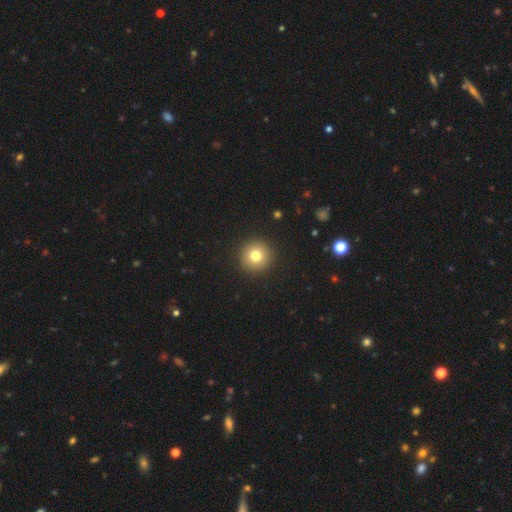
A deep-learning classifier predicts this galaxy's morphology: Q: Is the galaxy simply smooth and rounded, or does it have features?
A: smooth — 79%.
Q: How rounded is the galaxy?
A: round — 96%.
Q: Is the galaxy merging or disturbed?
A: none — 93%.